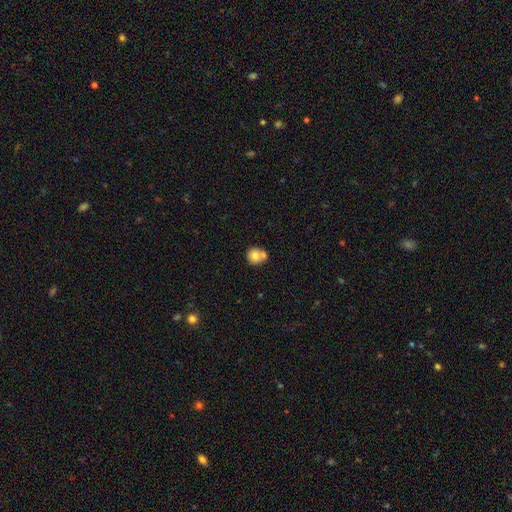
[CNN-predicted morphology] Smooth or featured?
  - smooth: 76% *
  - featured or disk: 15%
  - star or artifact: 9%
How rounded?
  - round: 82% *
  - in between: 17%
  - cigar-shaped: 1%
Merging?
  - none: 44% *
  - merger: 42%
  - minor disturbance: 11%
  - major disturbance: 4%